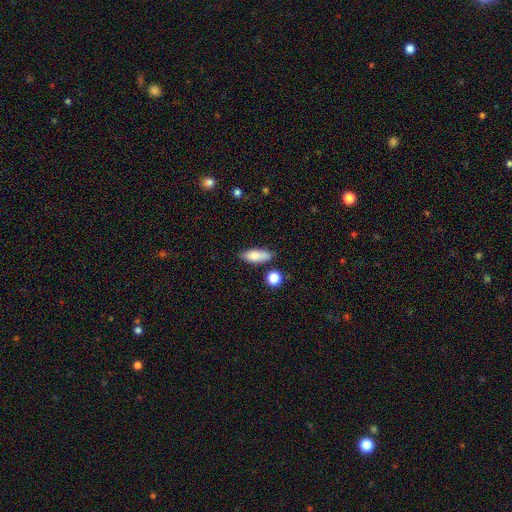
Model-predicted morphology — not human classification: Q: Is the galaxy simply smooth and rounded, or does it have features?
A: smooth — 82%.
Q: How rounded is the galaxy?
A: in between — 71%.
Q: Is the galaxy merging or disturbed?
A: none — 71%.